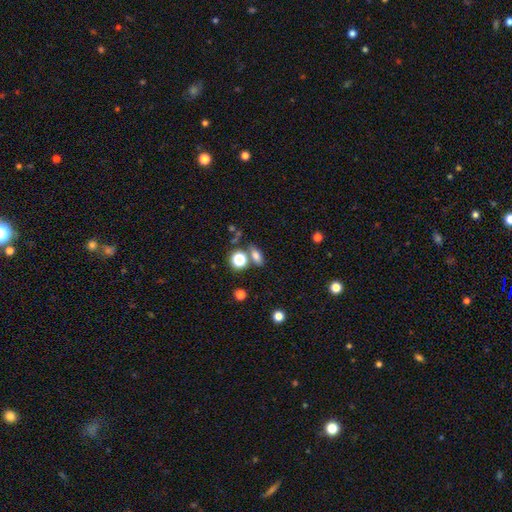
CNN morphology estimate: Smooth or featured? smooth (72%)
How rounded? in between (67%)
Merging? none (66%)